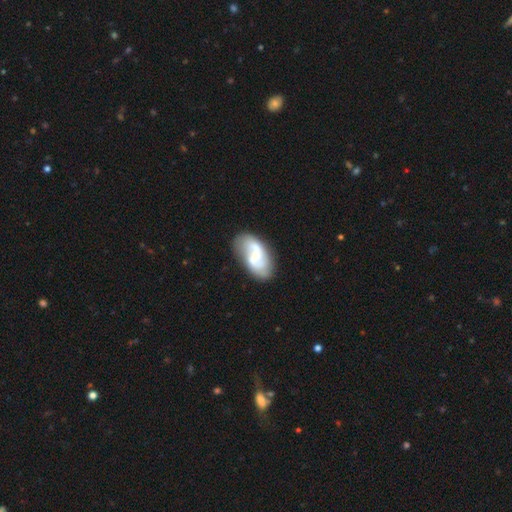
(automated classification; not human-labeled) Smooth or featured?
  - featured or disk: 58% *
  - smooth: 35%
  - star or artifact: 7%
Edge-on disk?
  - no: 96% *
  - yes: 4%
Bar?
  - weak: 44% *
  - no: 37%
  - strong: 19%
Spiral arms?
  - yes: 76% *
  - no: 24%
Bulge size?
  - small: 39% *
  - moderate: 27%
  - none: 24%
  - large: 8%
  - dominant: 2%
Merging?
  - none: 57% *
  - minor disturbance: 24%
  - major disturbance: 13%
  - merger: 7%